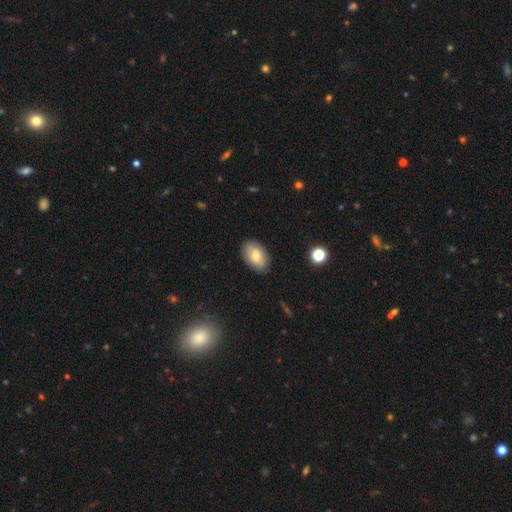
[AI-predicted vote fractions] Overall: smooth (72%). How rounded: in between (89%). Merging: none (85%).